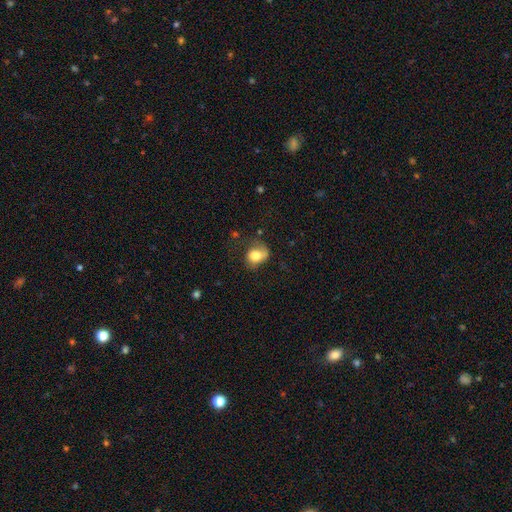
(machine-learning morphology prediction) Smooth or featured? smooth (73%)
How rounded? in between (51%)
Merging? none (45%)